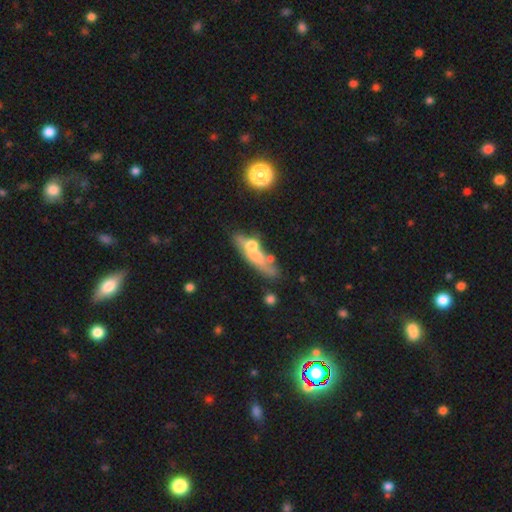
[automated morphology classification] Smooth or featured?
  - featured or disk: 46% *
  - smooth: 44%
  - star or artifact: 10%
Merging?
  - none: 37% *
  - merger: 30%
  - minor disturbance: 18%
  - major disturbance: 14%